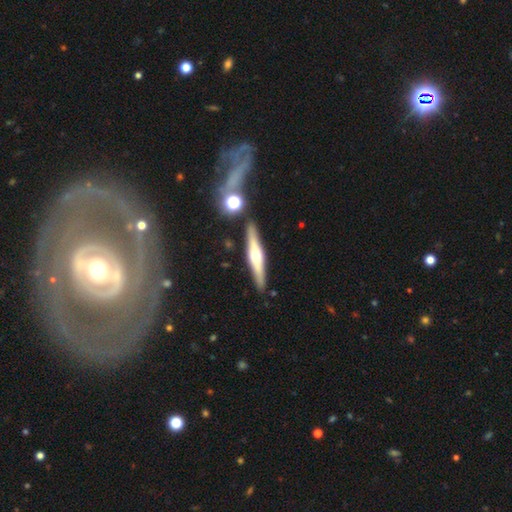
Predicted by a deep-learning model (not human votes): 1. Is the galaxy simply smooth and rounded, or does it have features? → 64% featured or disk, 30% smooth, 7% star or artifact.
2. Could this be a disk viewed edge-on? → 95% yes, 5% no.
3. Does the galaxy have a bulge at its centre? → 90% rounded, 6% boxy, 5% none.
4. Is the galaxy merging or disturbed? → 88% none, 8% minor disturbance, 3% merger, 2% major disturbance.